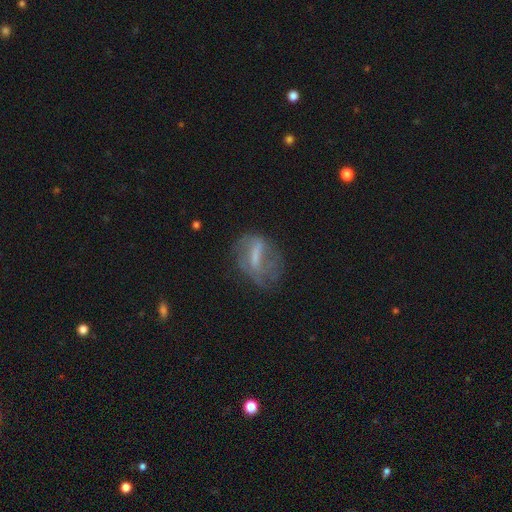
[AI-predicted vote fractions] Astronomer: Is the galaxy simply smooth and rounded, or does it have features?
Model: featured or disk — 54% (runner-up: smooth, 34%).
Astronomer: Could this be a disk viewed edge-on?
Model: no — 90%.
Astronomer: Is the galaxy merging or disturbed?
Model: none — 48% (runner-up: major disturbance, 24%).